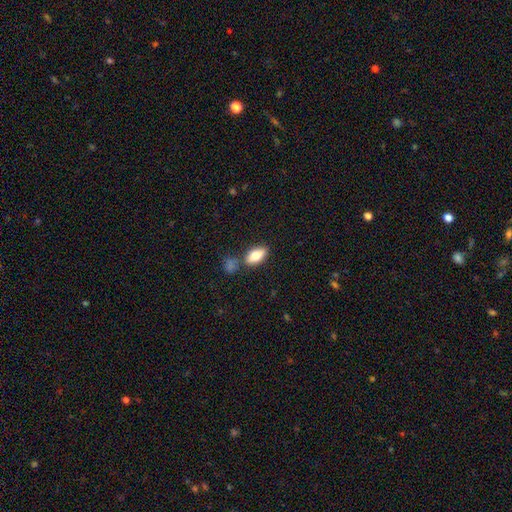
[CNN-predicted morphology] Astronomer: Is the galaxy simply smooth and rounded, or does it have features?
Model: smooth — 76%.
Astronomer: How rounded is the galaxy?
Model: in between — 86%.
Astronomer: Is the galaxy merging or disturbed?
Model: none — 73%.